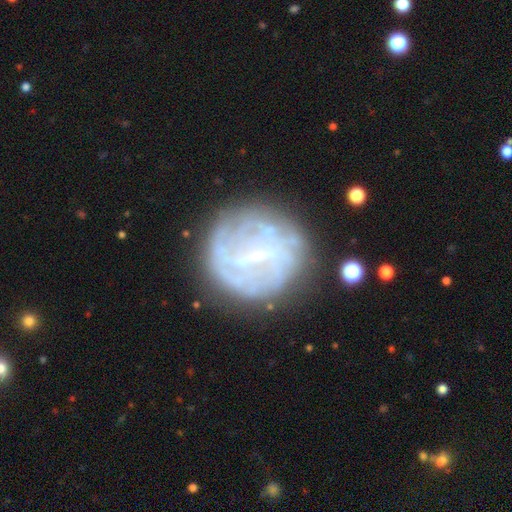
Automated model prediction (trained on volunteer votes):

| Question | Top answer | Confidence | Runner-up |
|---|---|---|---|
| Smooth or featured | featured or disk | 66% | smooth (24%) |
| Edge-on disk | no | 97% | yes (3%) |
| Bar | weak | 45% | no (29%) |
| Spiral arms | no | 52% | yes (48%) |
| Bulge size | small | 56% | none (32%) |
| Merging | none | 71% | minor disturbance (16%) |